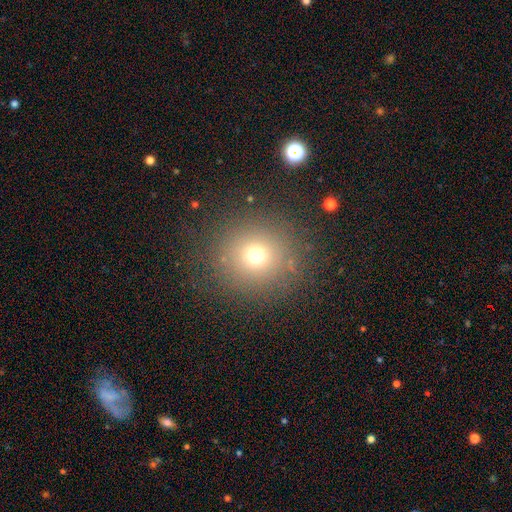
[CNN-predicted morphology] The model was most divided on "smooth or featured": smooth: 69%, star or artifact: 20%, featured or disk: 11%. More confident: how rounded — round (94%); merging — none (86%).